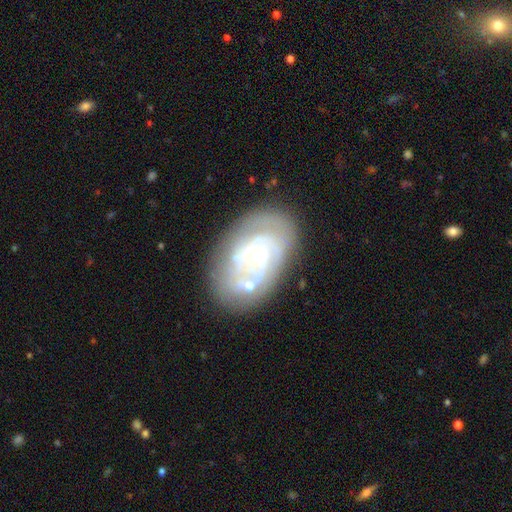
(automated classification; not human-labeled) The model was most divided on "spiral arm count": can't tell: 38%, 2: 30%, 3: 17%, 4: 6%, 1: 5%, more than 4: 4%. More confident: edge-on disk — no (96%); spiral arms — yes (83%); smooth or featured — featured or disk (79%); bar — no (68%); bulge size — small (67%); merging — none (66%); spiral winding — tight (58%).